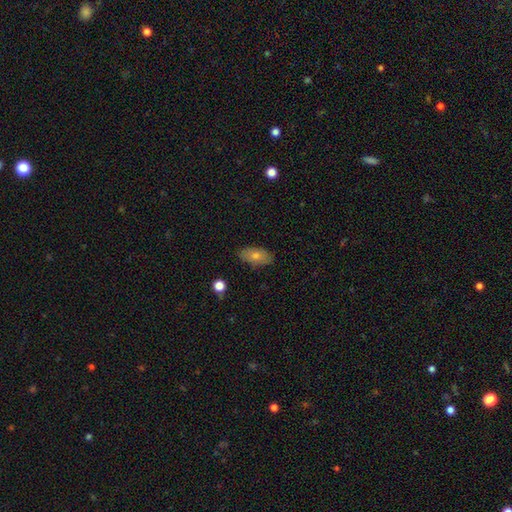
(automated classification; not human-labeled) The model was most divided on "smooth or featured": smooth: 65%, featured or disk: 25%, star or artifact: 10%. More confident: how rounded — in between (88%); merging — none (85%).